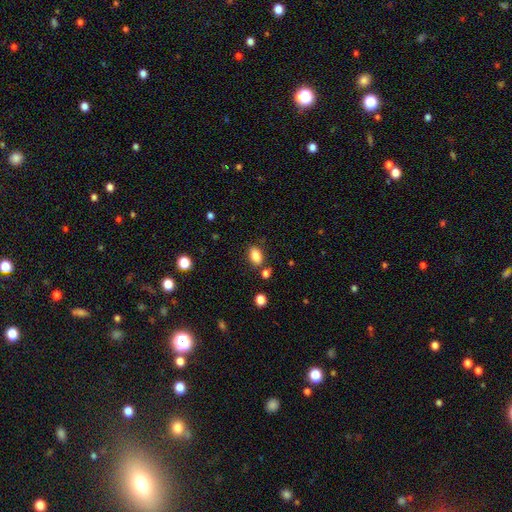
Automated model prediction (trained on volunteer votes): Morphology: type=smooth (84%); roundness=in between (83%); merging=none (78%).